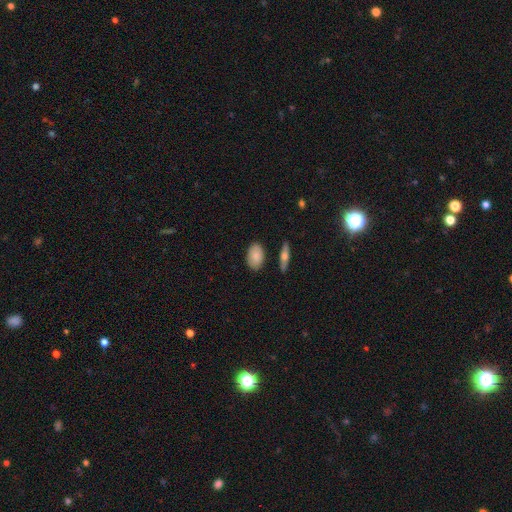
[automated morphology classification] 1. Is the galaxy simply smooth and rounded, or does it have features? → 82% smooth, 12% featured or disk, 6% star or artifact.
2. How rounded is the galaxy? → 90% in between, 7% round, 2% cigar-shaped.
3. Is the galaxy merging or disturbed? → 83% none, 12% minor disturbance, 3% merger, 2% major disturbance.